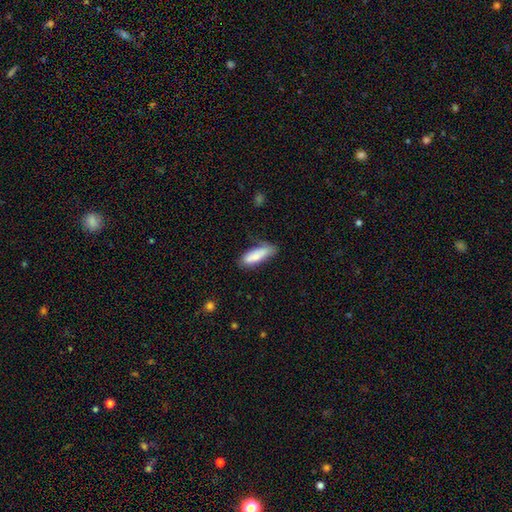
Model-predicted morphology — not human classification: Q: Smooth or featured?
A: smooth (81%); runner-up: featured or disk (13%)
Q: How rounded?
A: in between (52%); runner-up: cigar-shaped (46%)
Q: Merging?
A: none (58%); runner-up: minor disturbance (30%)